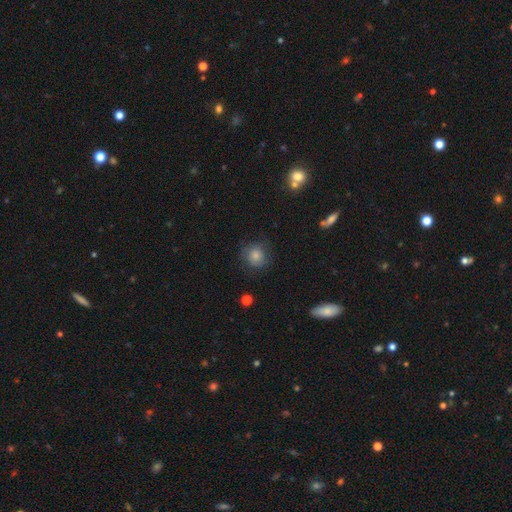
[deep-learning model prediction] This appears to be a smooth galaxy with no disk features (79%) that is round (88%). Merging: none (75%).